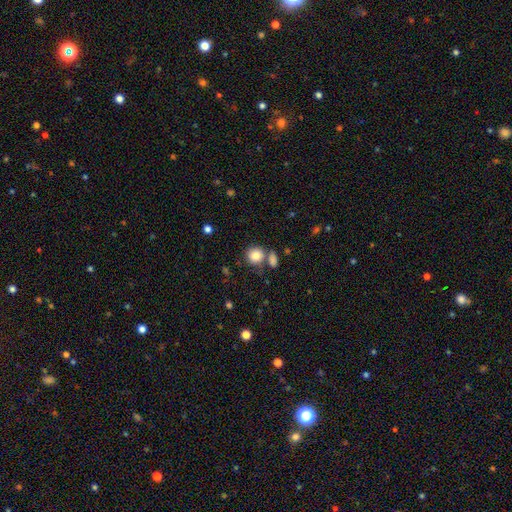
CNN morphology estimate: A smooth galaxy with no disk features (84%) that is round (85%).

Vote fractions:
- Smooth or featured? smooth: 84% / star or artifact: 9% / featured or disk: 8%
- How rounded? round: 85% / in between: 13% / cigar-shaped: 1%
- Merging? none: 62% / merger: 22% / minor disturbance: 11% / major disturbance: 4%